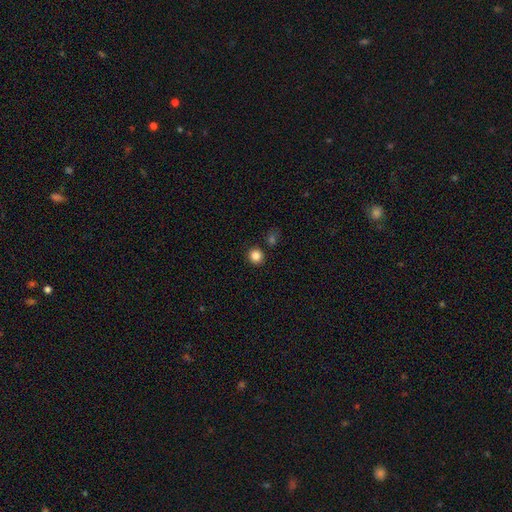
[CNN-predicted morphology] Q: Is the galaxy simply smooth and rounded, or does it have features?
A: smooth — 85%.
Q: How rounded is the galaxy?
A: round — 92%.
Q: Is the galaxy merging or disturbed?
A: none — 87%.